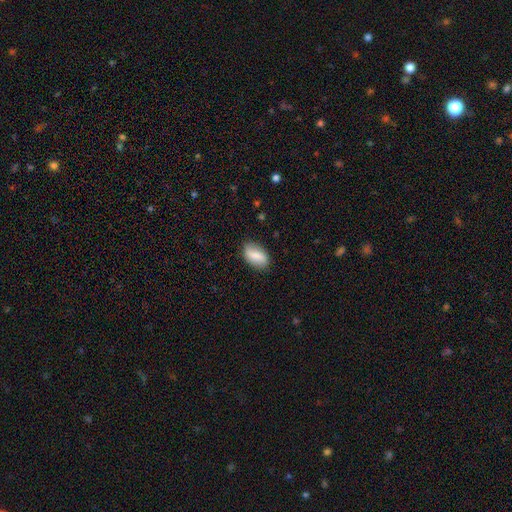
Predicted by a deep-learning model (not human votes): The model was most divided on "smooth or featured": smooth: 70%, featured or disk: 23%, star or artifact: 7%. More confident: how rounded — in between (91%); merging — none (83%).